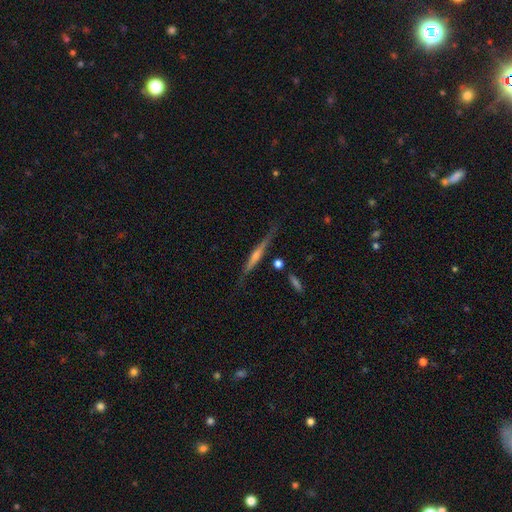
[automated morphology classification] featured or disk 75%, smooth 17%, star or artifact 8%. Down the decision tree: edge-on disk — yes (96%); edge-on bulge — rounded (67%); merging — none (81%).